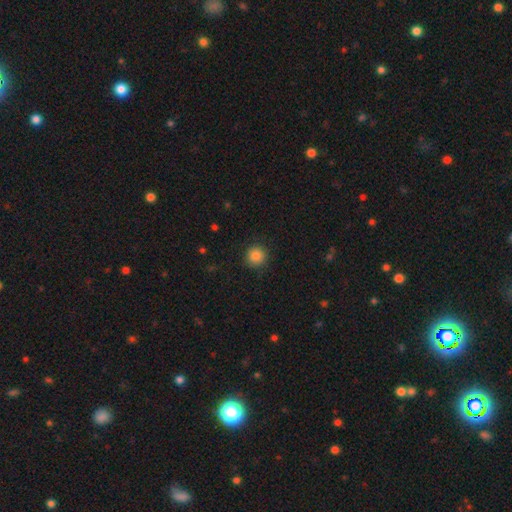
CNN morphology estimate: Smooth or featured? smooth (85%)
How rounded? round (94%)
Merging? none (91%)